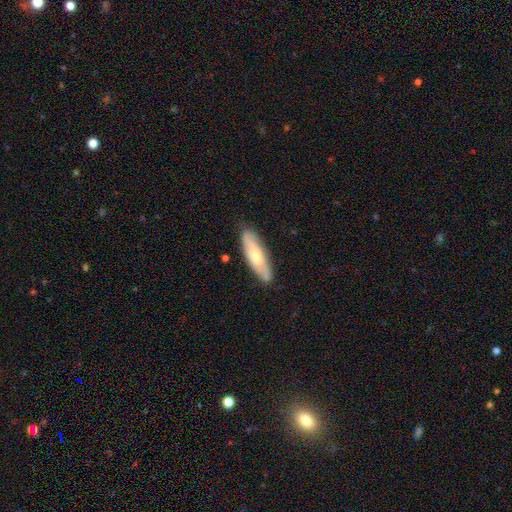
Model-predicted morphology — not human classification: Smooth or featured: smooth — 55% (featured or disk — 39%)
How rounded: cigar-shaped — 54% (in between — 44%)
Merging: none — 83% (minor disturbance — 13%)